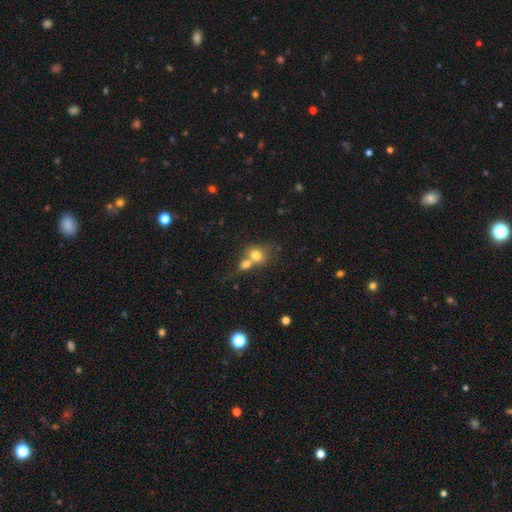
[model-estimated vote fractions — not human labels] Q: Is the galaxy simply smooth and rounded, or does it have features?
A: smooth — 74%.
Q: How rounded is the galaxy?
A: round — 55%.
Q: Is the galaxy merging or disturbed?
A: merger — 65%.